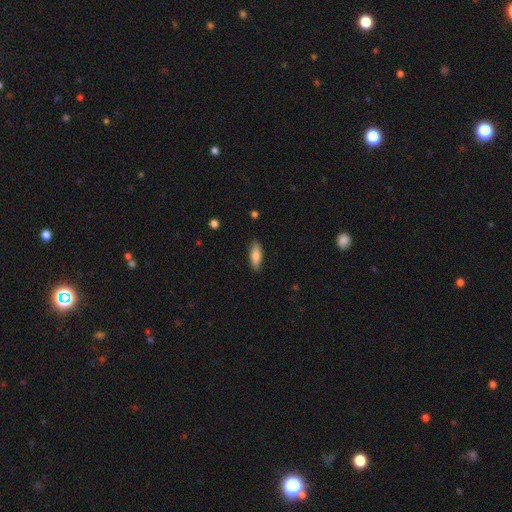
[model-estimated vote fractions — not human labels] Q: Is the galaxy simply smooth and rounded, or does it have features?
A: smooth — 79%.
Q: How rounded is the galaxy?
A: in between — 65%.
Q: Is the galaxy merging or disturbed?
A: none — 86%.